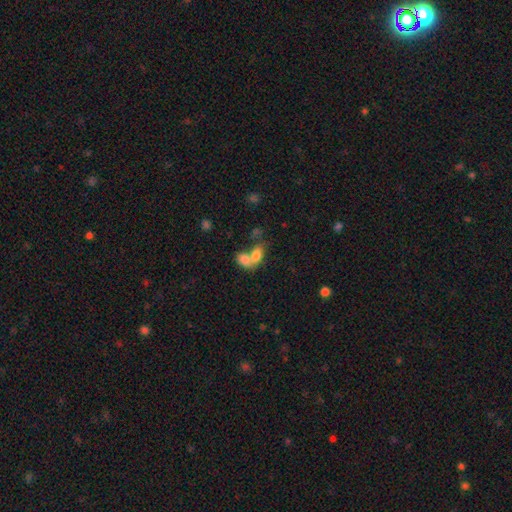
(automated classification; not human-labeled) A smooth galaxy with no disk features (76%) that is in between round and cigar-shaped (85%). Merging: merger (67%).